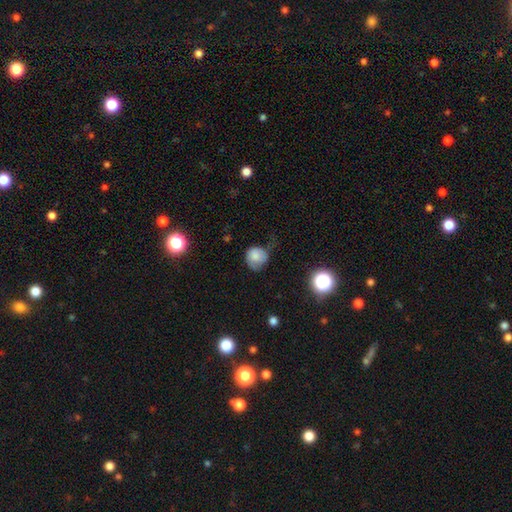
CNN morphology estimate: Overall: smooth (76%). How rounded: round (81%). Merging: minor disturbance (39%; none 36%).